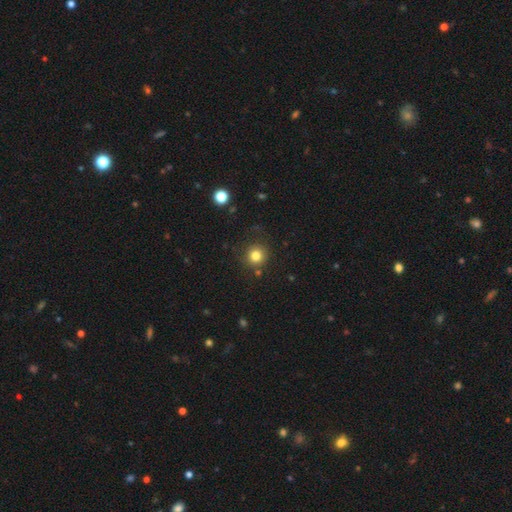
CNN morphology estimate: smooth 81%, star or artifact 13%, featured or disk 7%. Down the decision tree: how rounded — round (93%); merging — none (83%).